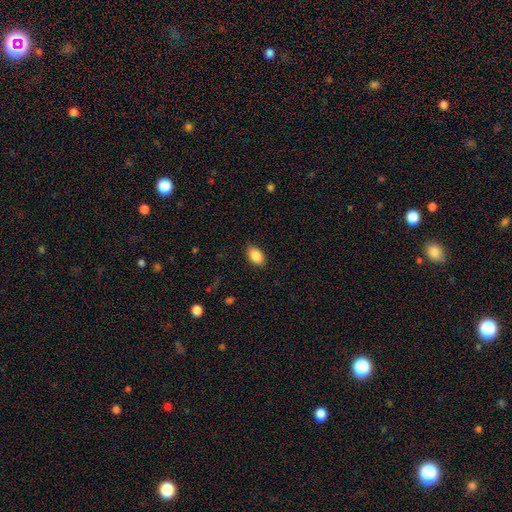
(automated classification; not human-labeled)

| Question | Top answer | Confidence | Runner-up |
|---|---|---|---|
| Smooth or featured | smooth | 87% | star or artifact (8%) |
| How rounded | in between | 87% | round (11%) |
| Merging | none | 85% | minor disturbance (12%) |